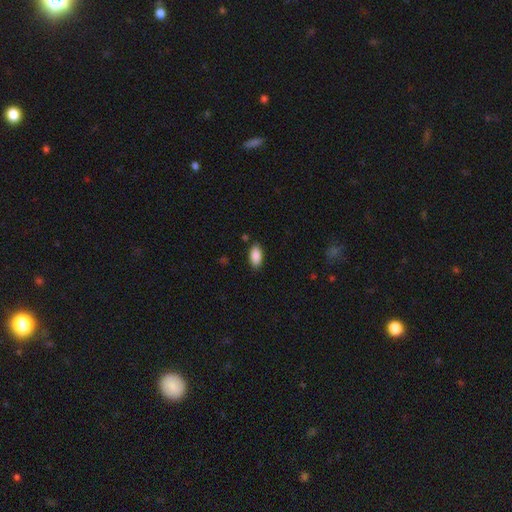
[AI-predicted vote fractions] This is clearly a smooth galaxy (89%). How rounded: clearly in between (93%). Merging: clearly none (86%).